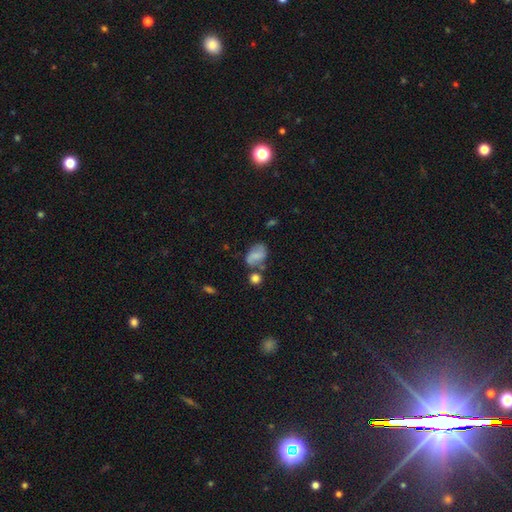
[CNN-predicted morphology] type=smooth (55%); roundness=in between (79%); merging=none (49%).